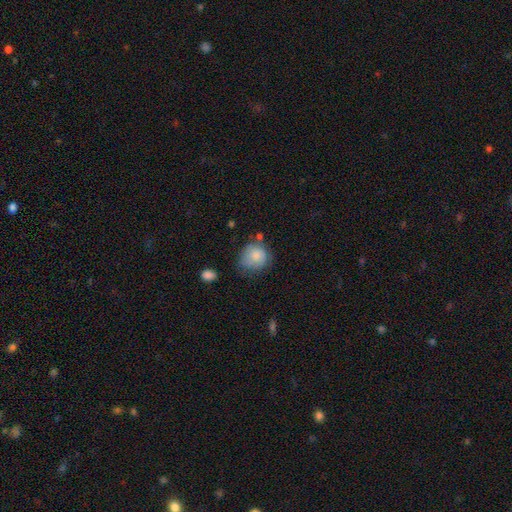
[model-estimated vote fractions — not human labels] A smooth galaxy with no disk features (81%) that is round (80%). Merging: none (53%).